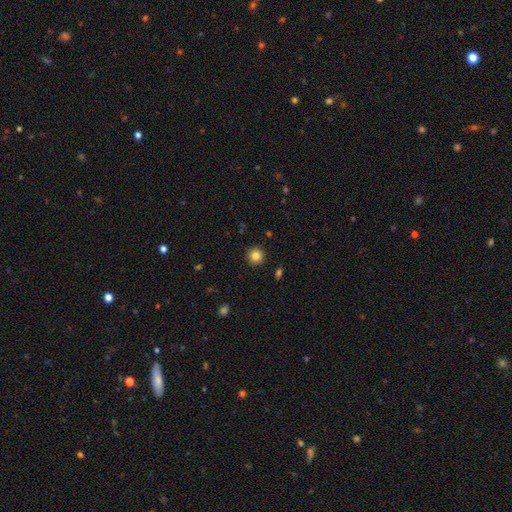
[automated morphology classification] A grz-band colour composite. It shows a smooth galaxy with no disk features (84%) that is round (95%). Merging: none (92%).